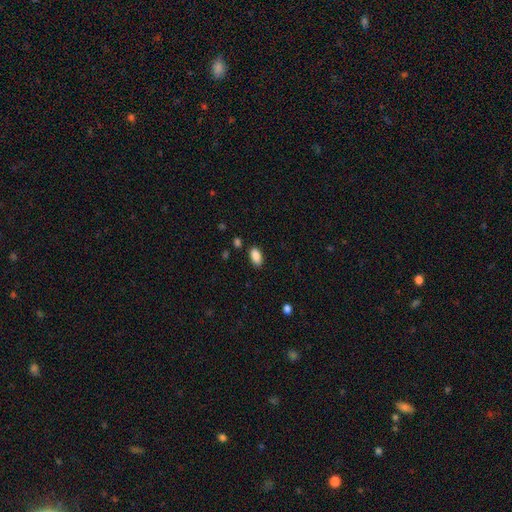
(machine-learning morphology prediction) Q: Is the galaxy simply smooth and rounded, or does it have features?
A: smooth — 88%.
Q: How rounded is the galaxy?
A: in between — 93%.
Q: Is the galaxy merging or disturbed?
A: none — 86%.